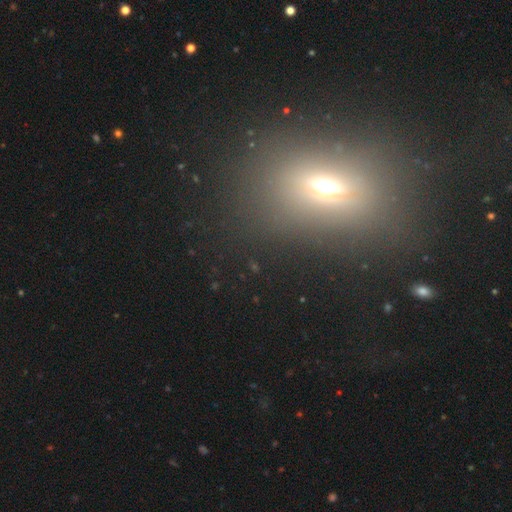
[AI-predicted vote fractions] This appears to be a smooth galaxy with no disk features (45%). Merging: none (80%).